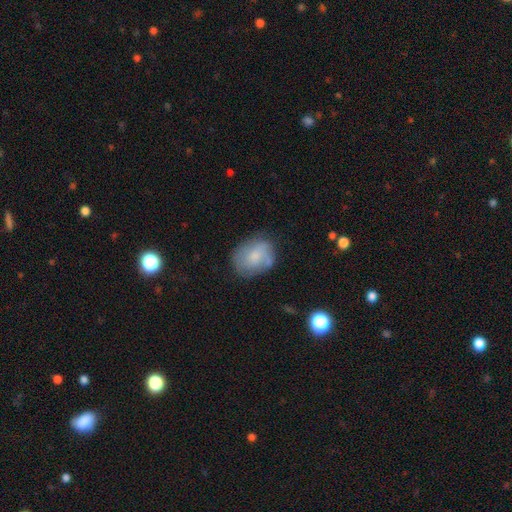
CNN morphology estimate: Overall: smooth (55%; featured or disk 37%). How rounded: in between (60%; round 39%). Merging: none (63%; minor disturbance 25%).